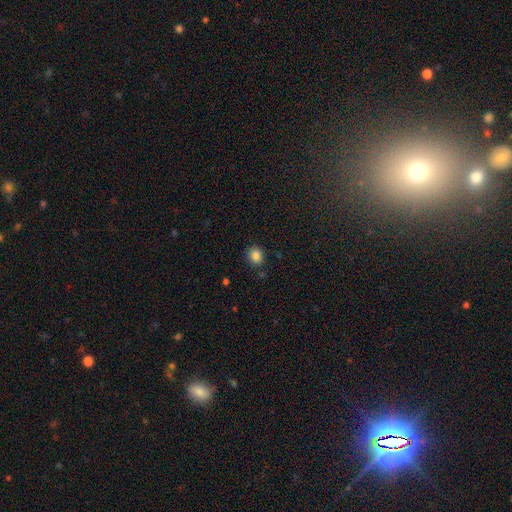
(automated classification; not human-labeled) Smooth or featured: smooth — 84% (star or artifact — 11%)
How rounded: round — 65% (in between — 34%)
Merging: none — 85% (minor disturbance — 10%)